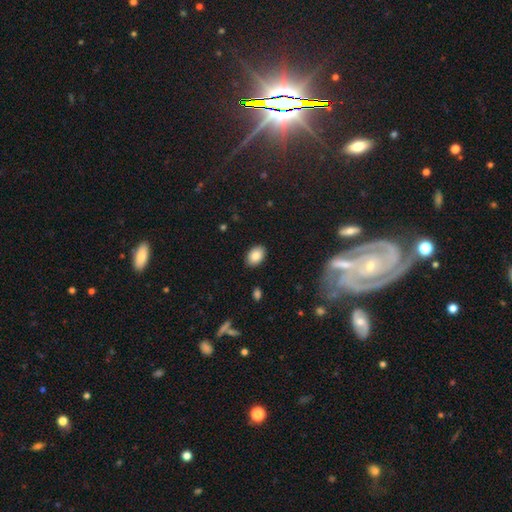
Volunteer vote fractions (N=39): smooth-or-featured: smooth: 85% | featured or disk: 8% | star or artifact: 8%
  how-rounded: in between: 94% | round: 6% | cigar-shaped: 0%
  merging: none: 86% | minor disturbance: 11% | major disturbance: 3% | merger: 0%